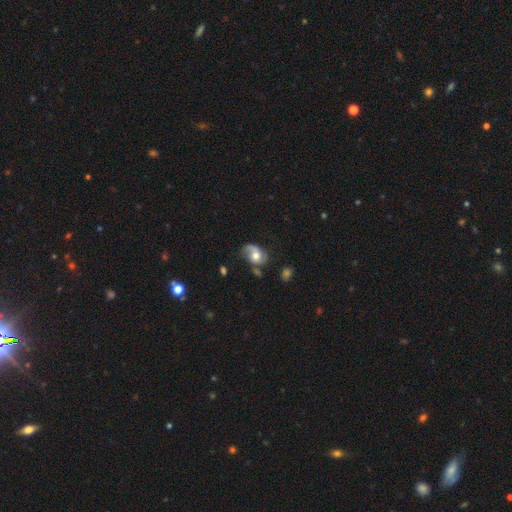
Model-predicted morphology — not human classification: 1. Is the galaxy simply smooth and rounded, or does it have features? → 63% featured or disk, 30% smooth, 8% star or artifact.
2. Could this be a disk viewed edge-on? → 97% no, 3% yes.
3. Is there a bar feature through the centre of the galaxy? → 72% no, 23% weak, 4% strong.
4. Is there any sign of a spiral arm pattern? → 87% yes, 13% no.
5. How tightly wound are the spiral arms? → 49% loose, 36% medium, 15% tight.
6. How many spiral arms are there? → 64% 2, 27% 1, 6% can't tell, 1% 3, 1% 4, 1% more than 4.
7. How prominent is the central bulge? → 68% moderate, 15% large, 13% small, 2% none, 2% dominant.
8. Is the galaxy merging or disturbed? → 48% none, 27% minor disturbance, 18% major disturbance, 7% merger.